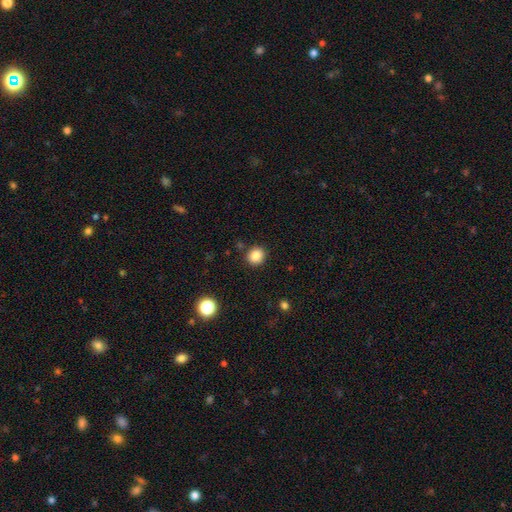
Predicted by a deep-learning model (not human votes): This appears to be a smooth galaxy with no disk features (85%) that is round (83%). Merging: none (87%).